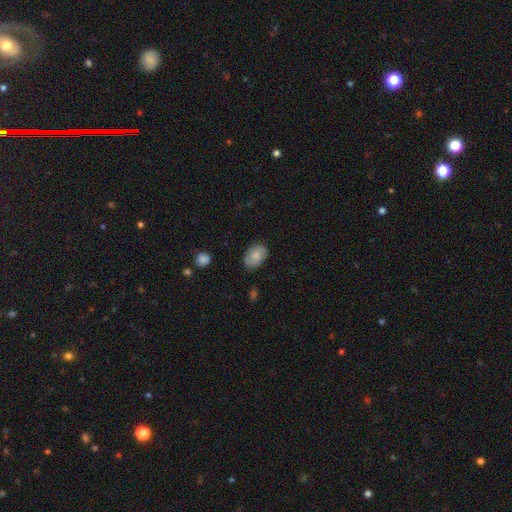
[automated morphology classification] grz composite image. It shows a smooth galaxy with no disk features (72%) that is in between round and cigar-shaped (84%). Merging: none (77%).